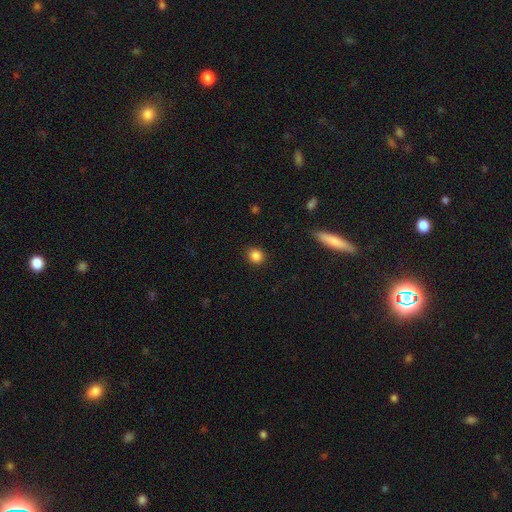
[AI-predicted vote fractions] smooth 86%, star or artifact 11%, featured or disk 4%. Down the decision tree: how rounded — round (78%); merging — none (89%).